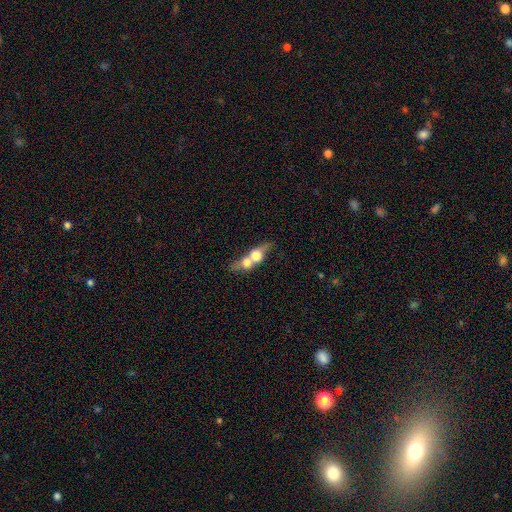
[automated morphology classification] smooth-or-featured: smooth: 52% | featured or disk: 39% | star or artifact: 9%
  how-rounded: in between: 41% | round: 40% | cigar-shaped: 19%
  merging: merger: 74% | none: 14% | major disturbance: 6% | minor disturbance: 6%